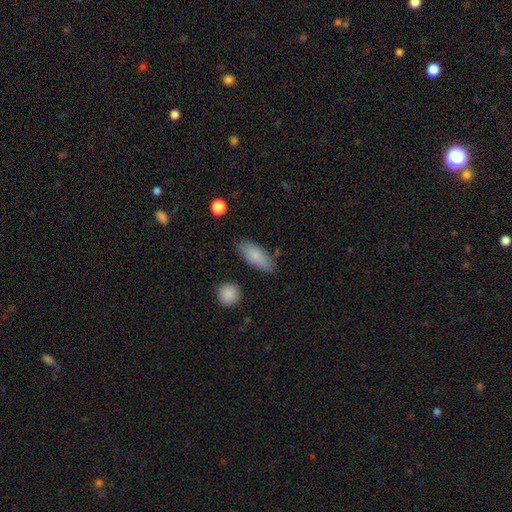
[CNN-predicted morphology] Overall: smooth (81%). How rounded: in between (79%). Merging: none (81%).